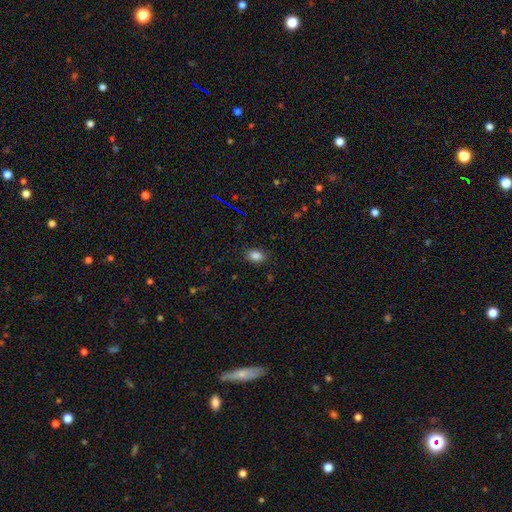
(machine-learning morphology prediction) This appears to be a smooth galaxy with no disk features (84%) that is in between round and cigar-shaped (80%). Merging: none (86%).